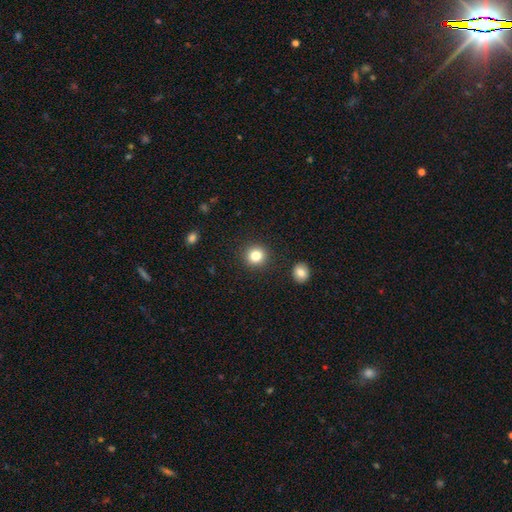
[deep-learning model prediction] Smooth or featured? Predicted: smooth (p=0.82). How rounded? Predicted: round (p=0.91). Merging? Predicted: none (p=0.90).